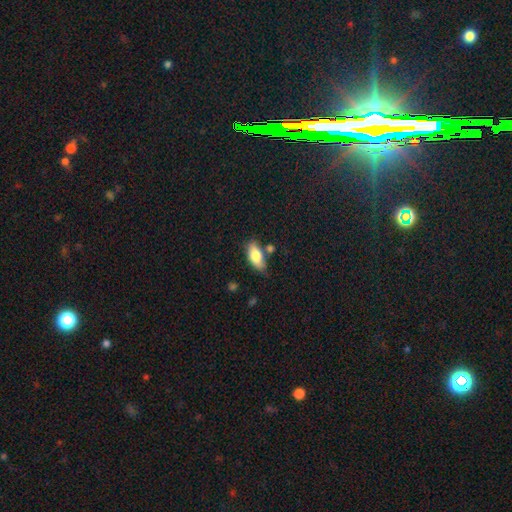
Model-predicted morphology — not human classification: Overall: smooth (76%). How rounded: in between (86%). Merging: none (63%).